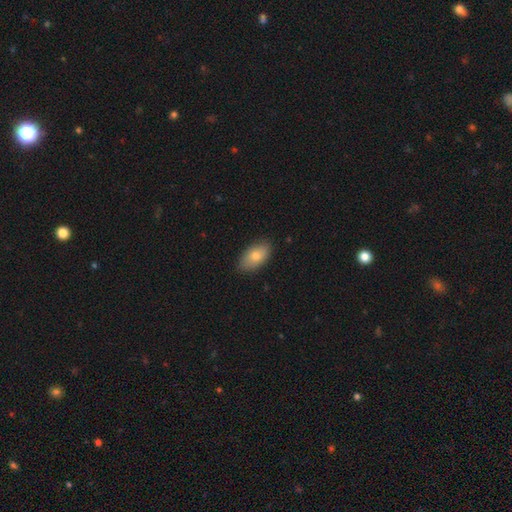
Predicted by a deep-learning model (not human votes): Smooth or featured? smooth (79%)
How rounded? in between (93%)
Merging? none (85%)